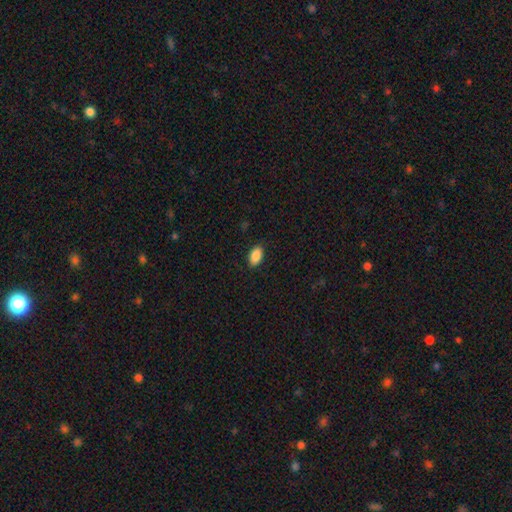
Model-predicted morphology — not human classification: Overall: smooth (89%). How rounded: in between (93%). Merging: none (87%).